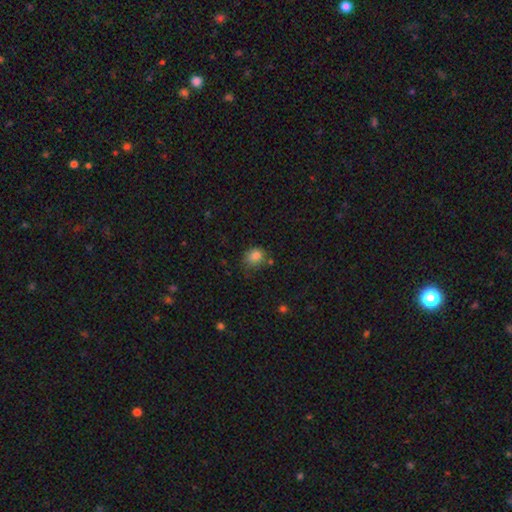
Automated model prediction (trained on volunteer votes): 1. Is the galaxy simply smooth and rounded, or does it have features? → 83% smooth, 11% star or artifact, 6% featured or disk.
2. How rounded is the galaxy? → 65% round, 34% in between, 1% cigar-shaped.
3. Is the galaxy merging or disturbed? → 65% none, 23% minor disturbance, 6% merger, 6% major disturbance.